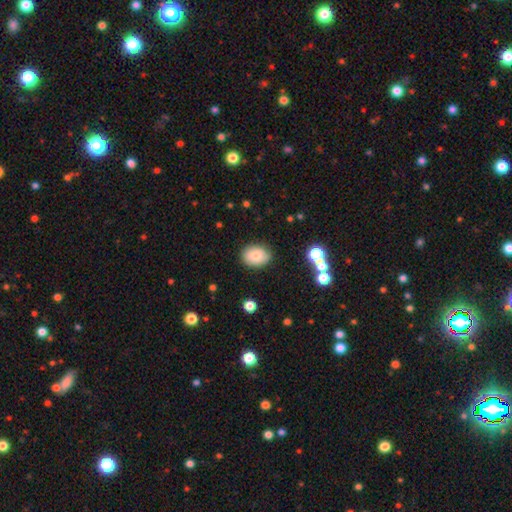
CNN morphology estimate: smooth 77%, featured or disk 13%, star or artifact 10%. Down the decision tree: how rounded — in between (67%); merging — none (79%).